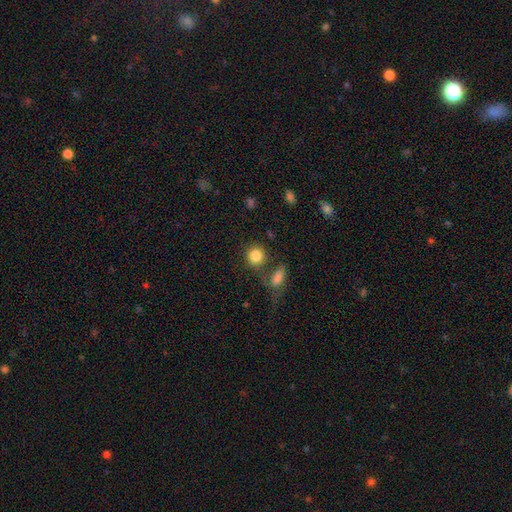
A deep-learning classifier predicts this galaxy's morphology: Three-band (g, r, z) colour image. It shows a smooth galaxy with no disk features (84%) that is round (84%). Merging: none (65%).